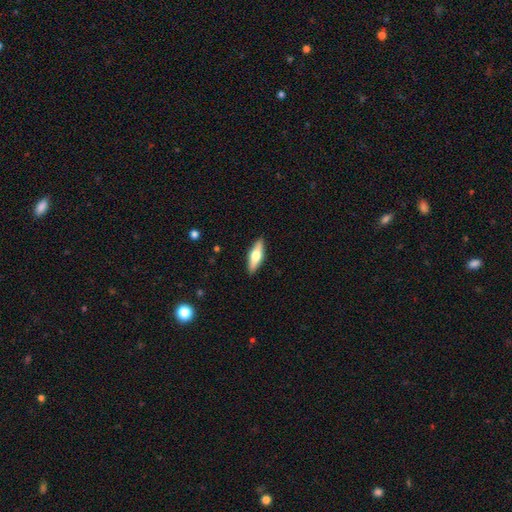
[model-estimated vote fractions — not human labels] A smooth galaxy with no disk features (52%) that is in between round and cigar-shaped (50%). Merging: none (90%).